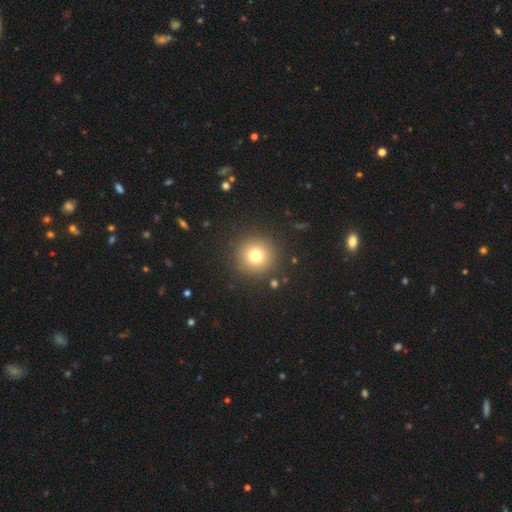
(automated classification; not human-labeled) Overall: smooth (75%). How rounded: round (95%). Merging: none (90%).